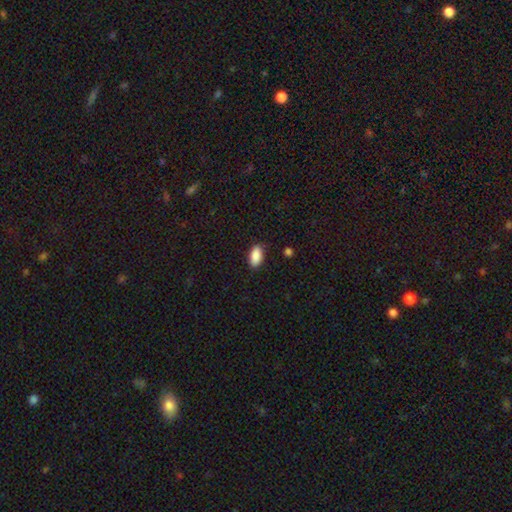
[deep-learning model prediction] smooth 89%, star or artifact 7%, featured or disk 4%. Down the decision tree: how rounded — in between (93%); merging — none (83%).